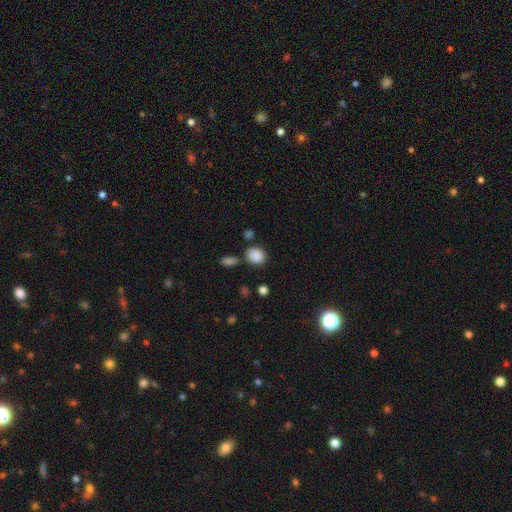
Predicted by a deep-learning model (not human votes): The model was most divided on "how rounded": round: 63%, in between: 36%, cigar-shaped: 1%. More confident: smooth or featured — smooth (87%); merging — none (72%).